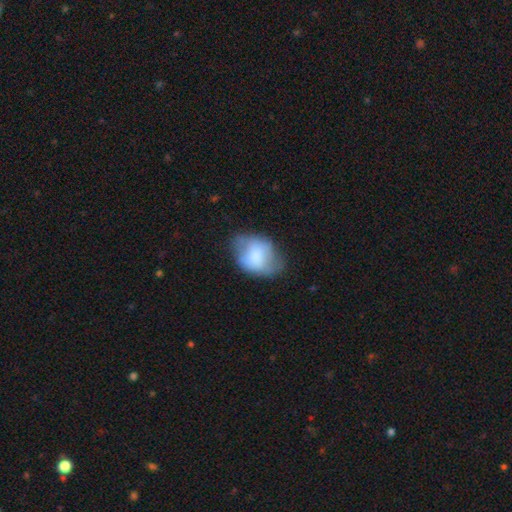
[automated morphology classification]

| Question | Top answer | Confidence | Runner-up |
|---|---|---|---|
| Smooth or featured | smooth | 66% | featured or disk (26%) |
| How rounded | in between | 73% | round (26%) |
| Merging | none | 50% | minor disturbance (34%) |